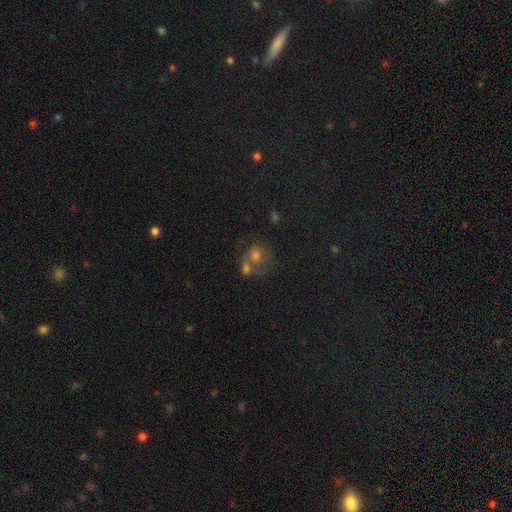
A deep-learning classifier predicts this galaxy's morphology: type=featured or disk (46%); merging=merger (44%).